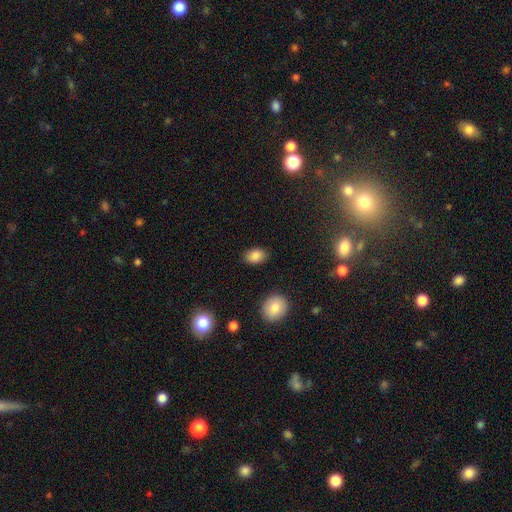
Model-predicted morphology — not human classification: Overall: smooth (86%). How rounded: in between (82%). Merging: none (87%).